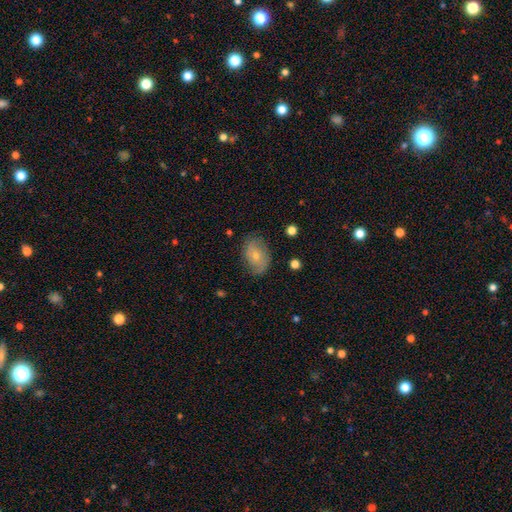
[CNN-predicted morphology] A smooth galaxy with no disk features (48%). Merging: none (74%).